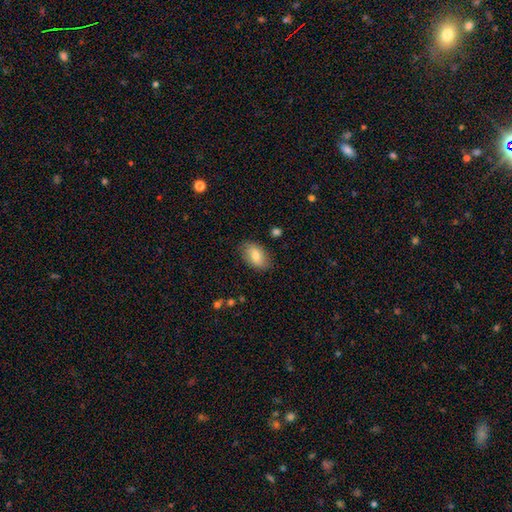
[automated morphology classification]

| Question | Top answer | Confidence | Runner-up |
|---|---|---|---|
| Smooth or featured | smooth | 76% | featured or disk (17%) |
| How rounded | in between | 91% | round (7%) |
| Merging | none | 82% | minor disturbance (14%) |